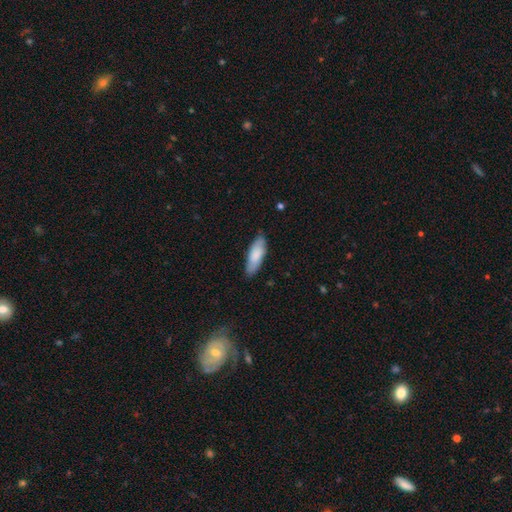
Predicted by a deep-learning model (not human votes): Smooth or featured: smooth — 81% (featured or disk — 14%)
How rounded: in between — 64% (cigar-shaped — 34%)
Merging: none — 81% (minor disturbance — 15%)